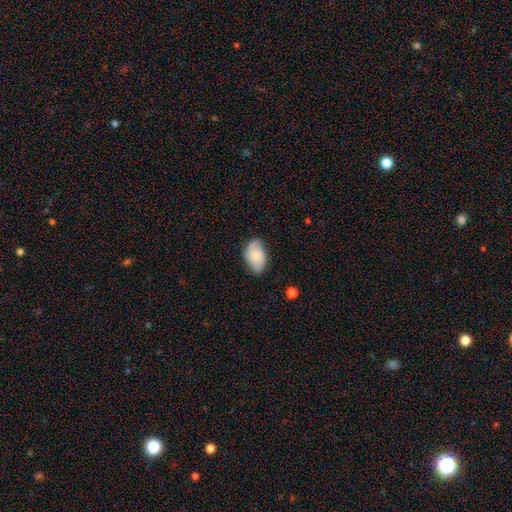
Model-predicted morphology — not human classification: Smooth or featured?
  - smooth: 56% *
  - featured or disk: 37%
  - star or artifact: 7%
How rounded?
  - in between: 89% *
  - round: 10%
  - cigar-shaped: 1%
Merging?
  - none: 64% *
  - minor disturbance: 27%
  - major disturbance: 7%
  - merger: 1%